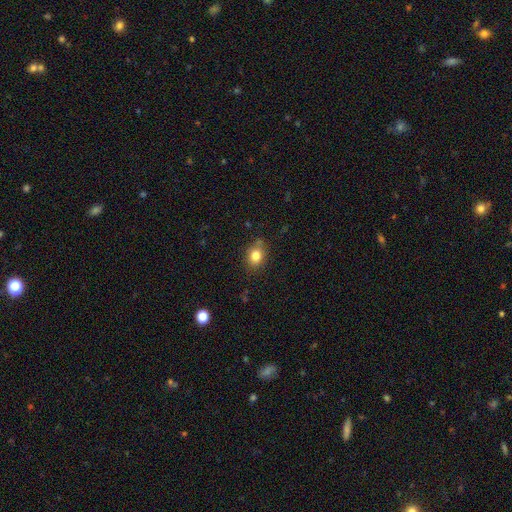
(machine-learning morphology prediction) The model was most divided on "how rounded": in between: 51%, round: 47%, cigar-shaped: 1%. More confident: smooth or featured — smooth (81%); merging — none (77%).